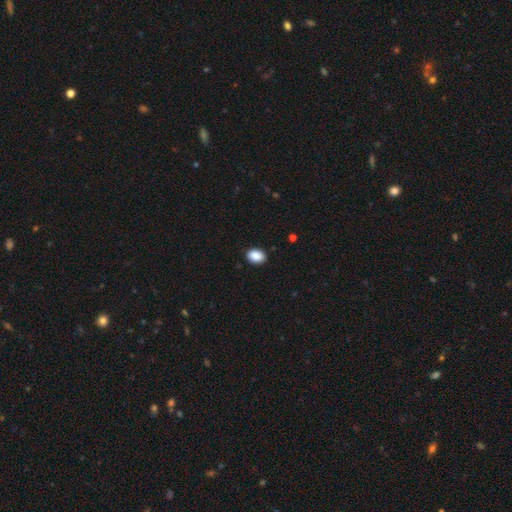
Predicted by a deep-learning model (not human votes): Q: Smooth or featured?
A: smooth (90%); runner-up: star or artifact (7%)
Q: How rounded?
A: in between (79%); runner-up: round (20%)
Q: Merging?
A: none (89%); runner-up: minor disturbance (8%)